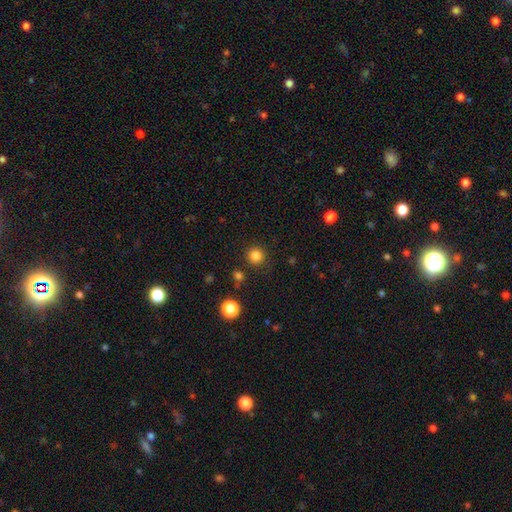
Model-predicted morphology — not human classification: Smooth or featured: smooth — 83% (star or artifact — 13%)
How rounded: round — 94% (in between — 5%)
Merging: none — 89% (minor disturbance — 6%)